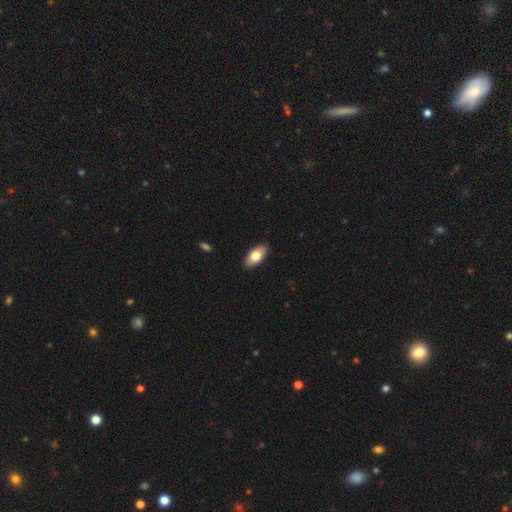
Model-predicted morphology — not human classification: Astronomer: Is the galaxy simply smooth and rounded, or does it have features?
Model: smooth — 76%.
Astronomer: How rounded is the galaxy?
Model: in between — 92%.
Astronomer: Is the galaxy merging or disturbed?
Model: none — 89%.